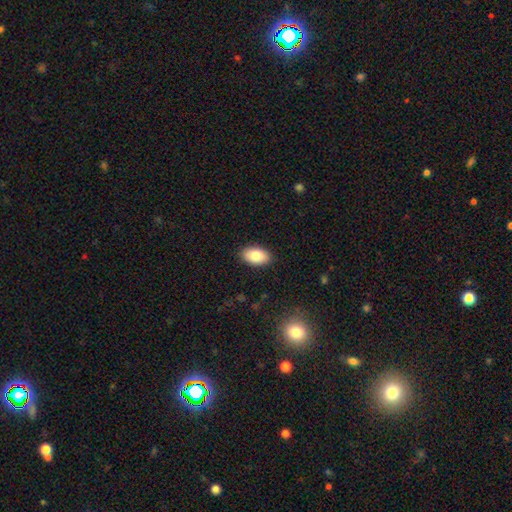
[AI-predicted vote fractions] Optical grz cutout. It shows a smooth galaxy with no disk features (85%) that is in between round and cigar-shaped (93%). Merging: none (89%).